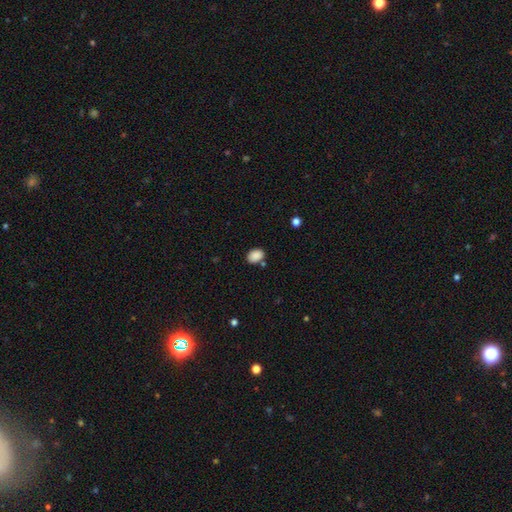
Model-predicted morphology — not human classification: The model was most divided on "how rounded": in between: 77%, round: 22%, cigar-shaped: 1%. More confident: smooth or featured — smooth (88%); merging — none (77%).